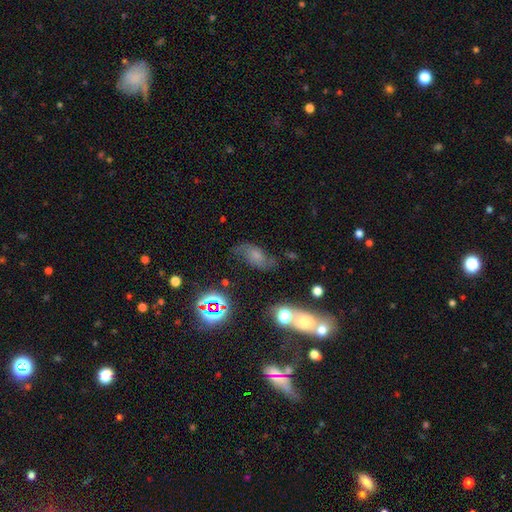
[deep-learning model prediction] A featured or disk galaxy (52%). Merging: none (61%).